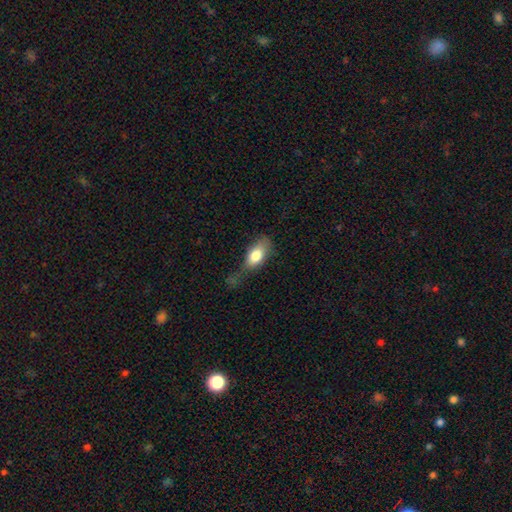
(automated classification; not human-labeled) Smooth or featured?
  - smooth: 77% *
  - featured or disk: 16%
  - star or artifact: 7%
How rounded?
  - in between: 88% *
  - cigar-shaped: 7%
  - round: 6%
Merging?
  - minor disturbance: 32% *
  - none: 31%
  - major disturbance: 30%
  - merger: 7%